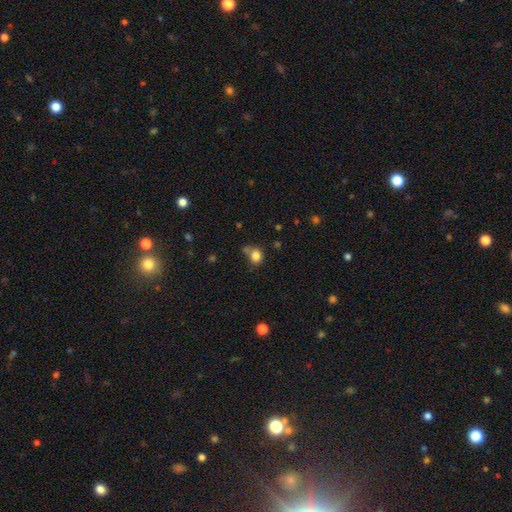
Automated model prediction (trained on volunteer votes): smooth-or-featured: smooth: 81% | star or artifact: 12% | featured or disk: 7%
  how-rounded: round: 66% | in between: 33% | cigar-shaped: 1%
  merging: none: 49% | minor disturbance: 25% | merger: 16% | major disturbance: 10%